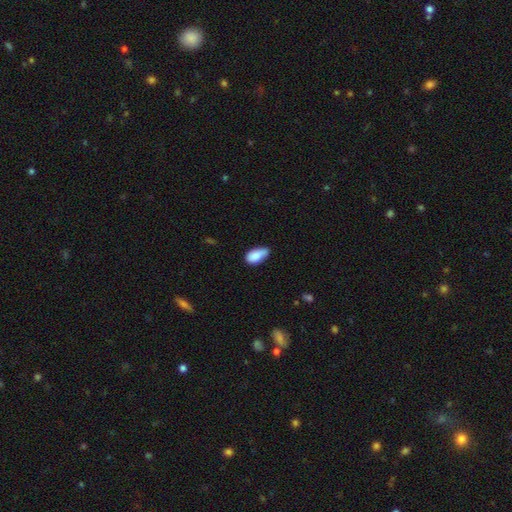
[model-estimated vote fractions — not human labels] Overall: smooth (84%). How rounded: in between (92%). Merging: none (50%; minor disturbance 38%).